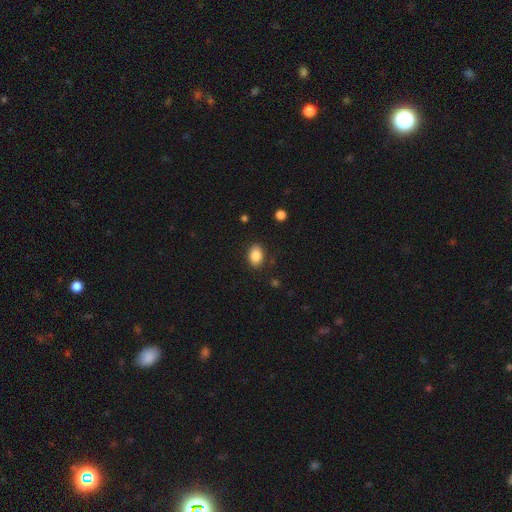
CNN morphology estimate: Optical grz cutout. It shows a smooth galaxy with no disk features (86%) that is in between round and cigar-shaped (77%). Merging: none (84%).